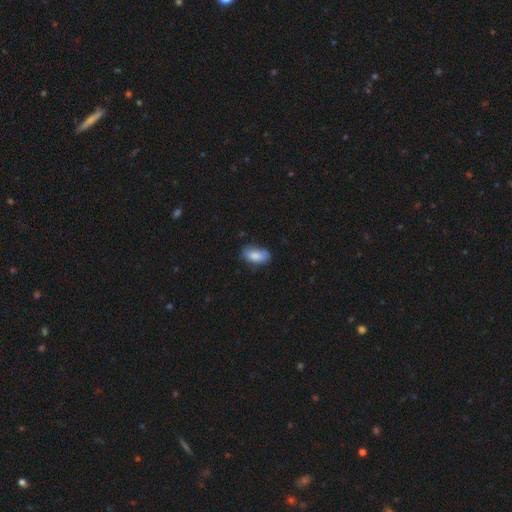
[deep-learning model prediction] This is clearly a smooth galaxy (82%). How rounded: clearly in between (91%). Merging: likely none (69%).